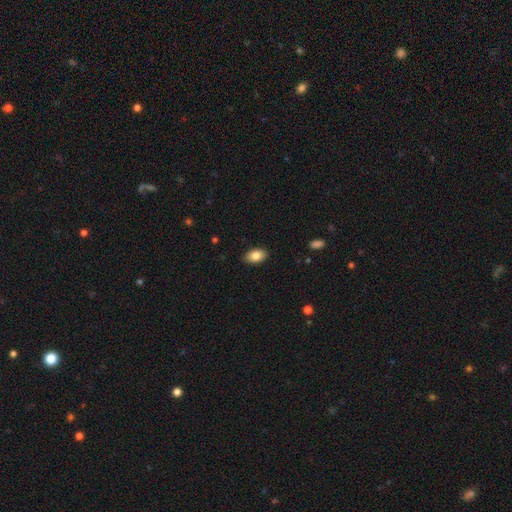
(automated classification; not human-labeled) smooth_or_featured: smooth (p=0.84) [alt: featured or disk p=0.09]
how_rounded: in between (p=0.91) [alt: round p=0.08]
merging: none (p=0.89) [alt: minor disturbance p=0.08]